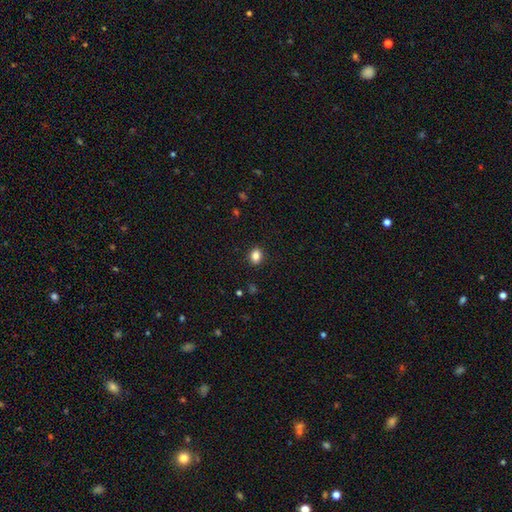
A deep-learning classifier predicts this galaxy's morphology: This appears to be a smooth galaxy with no disk features (85%) that is in between round and cigar-shaped (64%). Merging: none (89%).